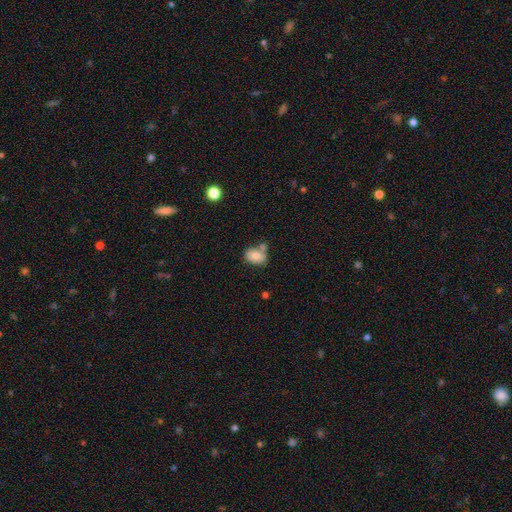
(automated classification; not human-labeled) smooth 77%, featured or disk 15%, star or artifact 8%. Down the decision tree: how rounded — in between (74%); merging — none (54%).